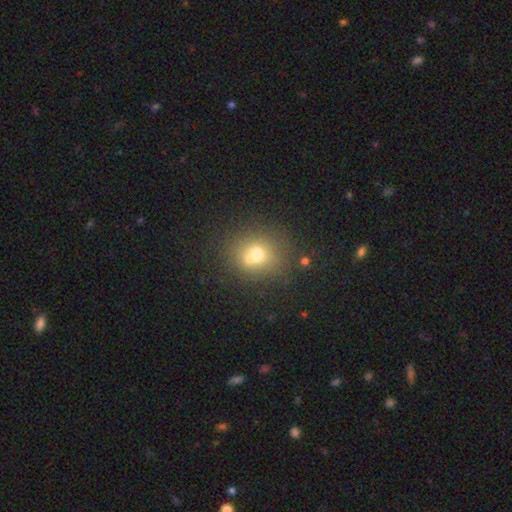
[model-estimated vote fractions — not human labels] Smooth or featured?
  - smooth: 64% *
  - featured or disk: 22%
  - star or artifact: 14%
How rounded?
  - round: 75% *
  - in between: 24%
  - cigar-shaped: 1%
Merging?
  - none: 47% *
  - merger: 39%
  - minor disturbance: 10%
  - major disturbance: 4%